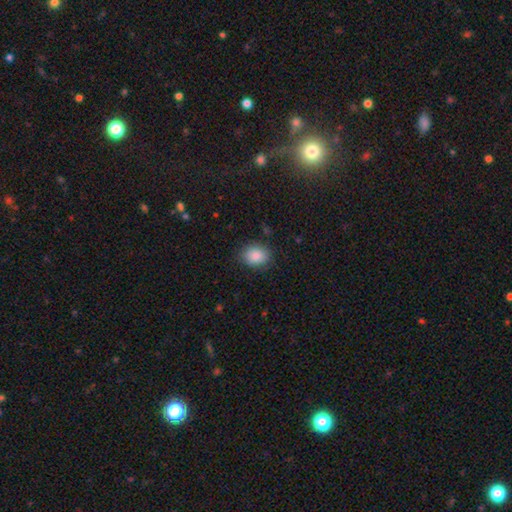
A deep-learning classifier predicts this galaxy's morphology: smooth 87%, star or artifact 8%, featured or disk 4%. Down the decision tree: how rounded — in between (52%); merging — none (85%).